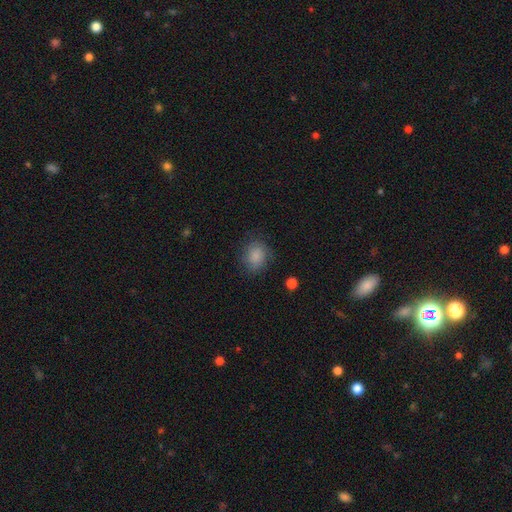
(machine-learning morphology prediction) Smooth or featured: smooth — 83% (star or artifact — 9%)
How rounded: round — 64% (in between — 35%)
Merging: none — 76% (minor disturbance — 17%)